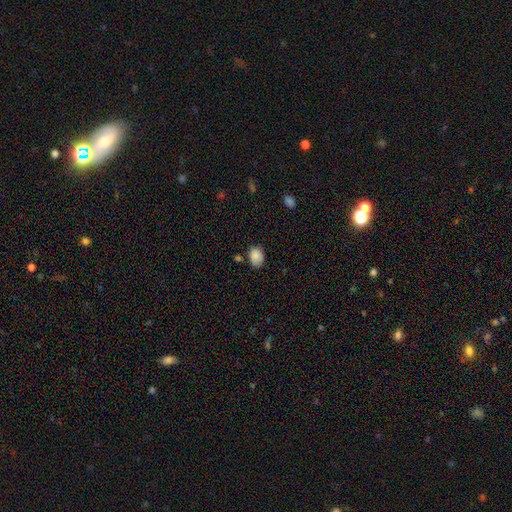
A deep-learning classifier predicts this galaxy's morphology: Smooth or featured? Predicted: smooth (p=0.86). How rounded? Predicted: in between (p=0.65). Merging? Predicted: none (p=0.64).